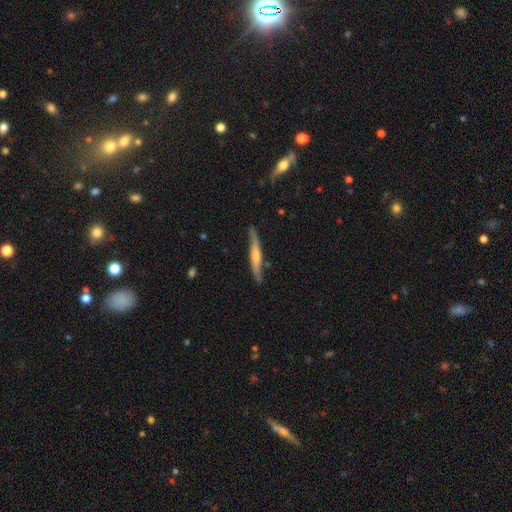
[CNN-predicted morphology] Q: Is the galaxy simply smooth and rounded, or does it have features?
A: featured or disk — 60%.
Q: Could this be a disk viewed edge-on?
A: yes — 89%.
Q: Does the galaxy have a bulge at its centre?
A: rounded — 62%.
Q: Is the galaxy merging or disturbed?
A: none — 78%.